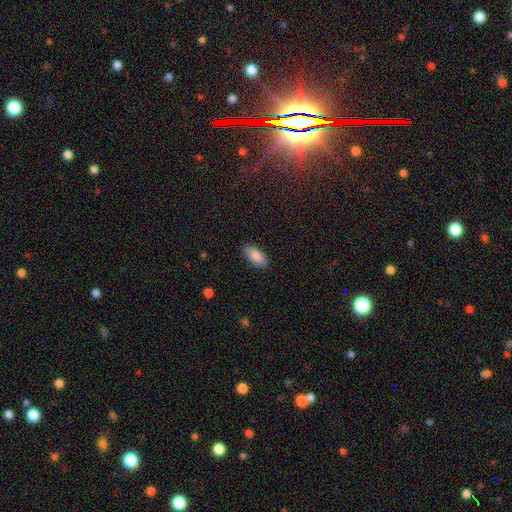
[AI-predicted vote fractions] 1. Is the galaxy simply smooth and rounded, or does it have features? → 87% smooth, 7% star or artifact, 6% featured or disk.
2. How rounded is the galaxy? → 92% in between, 6% cigar-shaped, 2% round.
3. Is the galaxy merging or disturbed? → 88% none, 9% minor disturbance, 2% major disturbance, 1% merger.